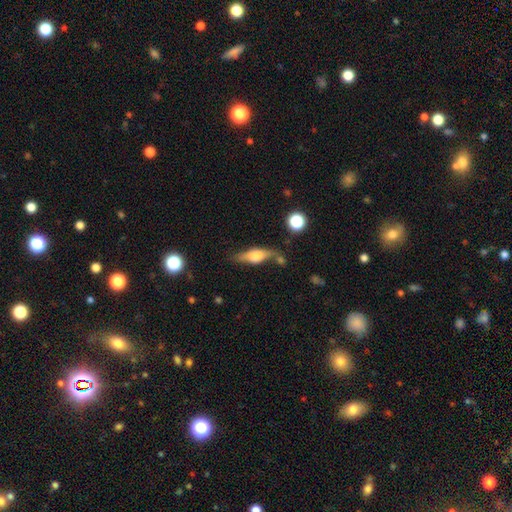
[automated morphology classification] A featured or disk galaxy (54%) viewed edge-on (86%).

Vote fractions:
- Smooth or featured? featured or disk: 54% / smooth: 38% / star or artifact: 8%
- Edge-on disk? yes: 86% / no: 14%
- Merging? none: 55% / minor disturbance: 22% / merger: 13% / major disturbance: 10%